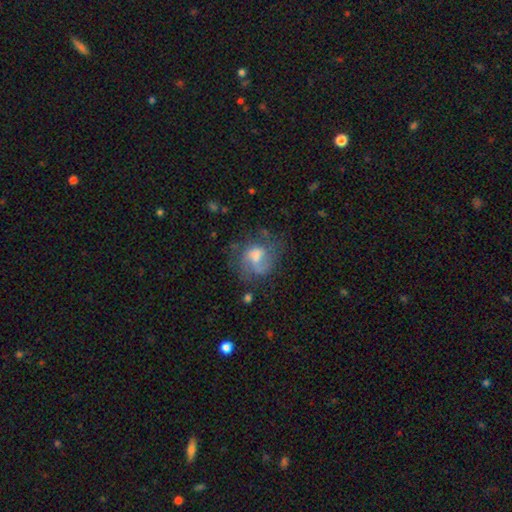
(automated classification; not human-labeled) smooth-or-featured: featured or disk: 54% | smooth: 36% | star or artifact: 10%
  disk-edge-on: no: 97% | yes: 3%
    bar: no: 59% | weak: 35% | strong: 6%
    has-spiral-arms: yes: 74% | no: 26%
    bulge-size: moderate: 46% | large: 22% | small: 18% | none: 12% | dominant: 2%
  merging: none: 48% | major disturbance: 24% | minor disturbance: 23% | merger: 4%